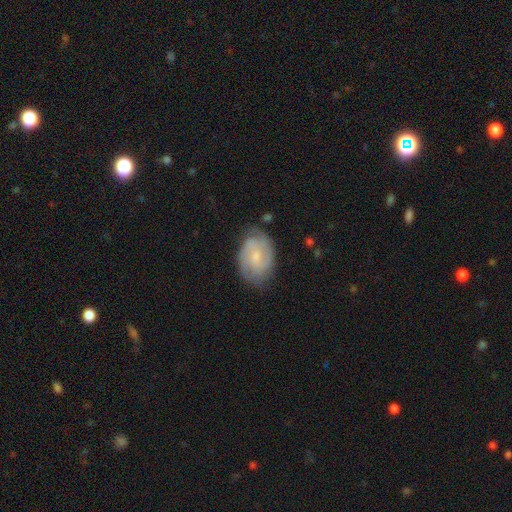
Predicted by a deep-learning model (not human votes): Overall: featured or disk (73%). Edge-on disk: no (97%). Bar: weak (49%; no 44%). Spiral arms: yes (93%). Spiral arm count: 2 (66%). Spiral winding: tight (49%; medium 40%). Bulge size: small (55%; moderate 32%). Merging: none (72%).